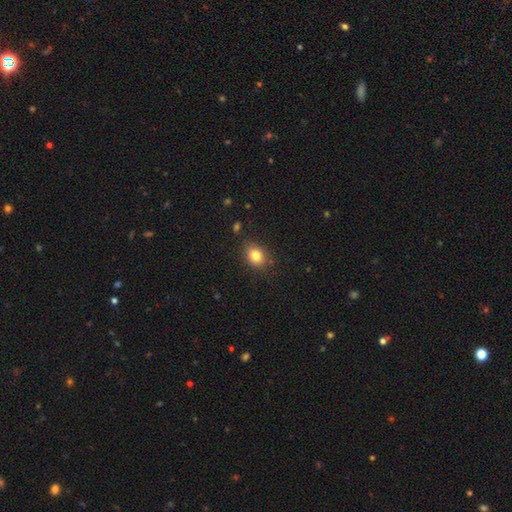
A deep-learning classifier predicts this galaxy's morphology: Overall: smooth (82%). How rounded: in between (53%; round 46%). Merging: none (83%).